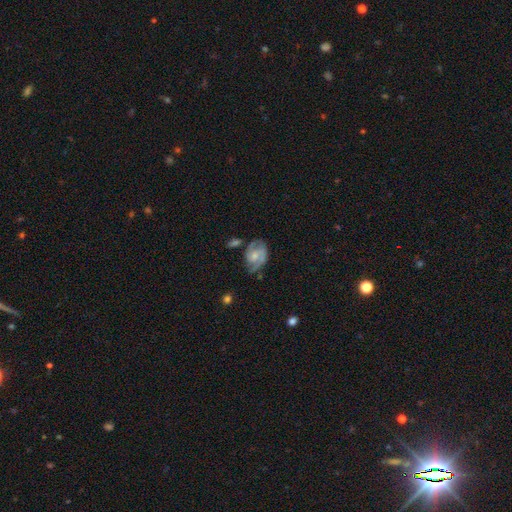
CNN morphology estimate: Q: Smooth or featured?
A: featured or disk (74%); runner-up: smooth (20%)
Q: Edge-on disk?
A: no (97%); runner-up: yes (3%)
Q: Bar?
A: no (63%); runner-up: weak (32%)
Q: Spiral arms?
A: yes (89%); runner-up: no (11%)
Q: Spiral winding?
A: medium (45%); runner-up: tight (39%)
Q: Spiral arm count?
A: 2 (67%); runner-up: can't tell (16%)
Q: Bulge size?
A: moderate (44%); runner-up: small (43%)
Q: Merging?
A: none (53%); runner-up: minor disturbance (26%)